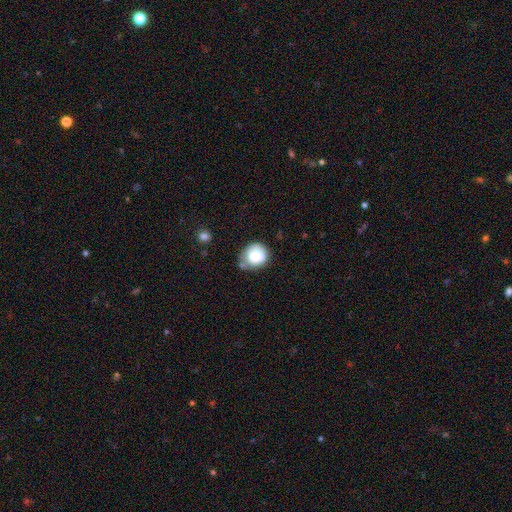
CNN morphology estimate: Q: Smooth or featured?
A: smooth (78%); runner-up: featured or disk (14%)
Q: How rounded?
A: round (78%); runner-up: in between (21%)
Q: Merging?
A: none (52%); runner-up: minor disturbance (30%)